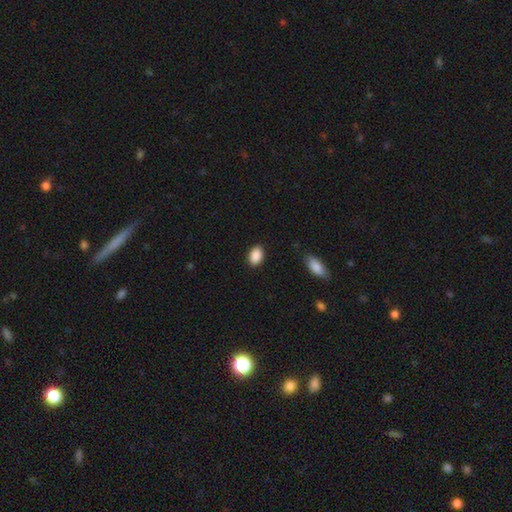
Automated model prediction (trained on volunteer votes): Q: Smooth or featured?
A: smooth (90%); runner-up: star or artifact (7%)
Q: How rounded?
A: in between (89%); runner-up: round (10%)
Q: Merging?
A: none (87%); runner-up: minor disturbance (10%)